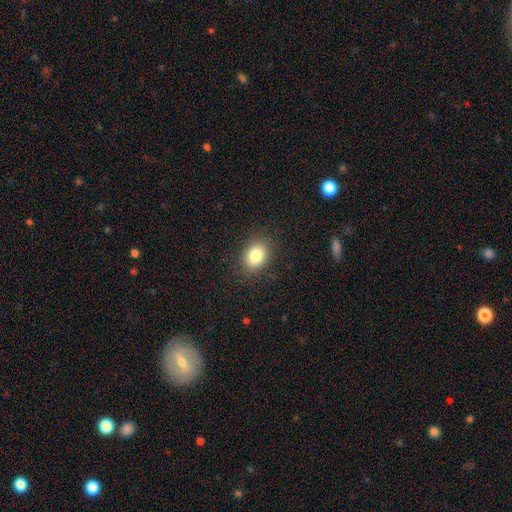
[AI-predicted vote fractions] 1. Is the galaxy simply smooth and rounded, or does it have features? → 83% smooth, 10% star or artifact, 7% featured or disk.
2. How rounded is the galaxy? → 64% in between, 35% round, 1% cigar-shaped.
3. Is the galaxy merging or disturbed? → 86% none, 10% minor disturbance, 3% major disturbance, 1% merger.